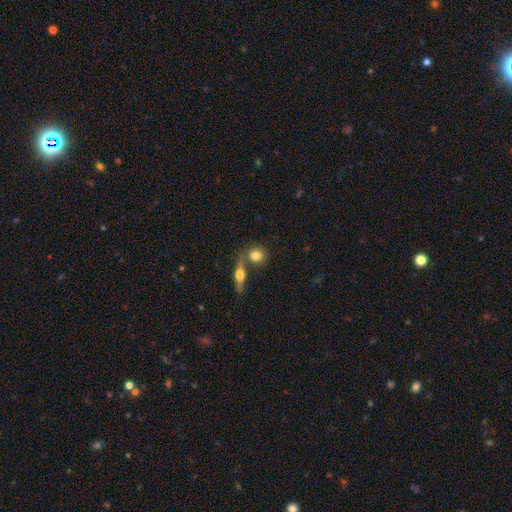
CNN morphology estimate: The model was most divided on "merging": none: 61%, merger: 26%, minor disturbance: 9%, major disturbance: 4%. More confident: how rounded — round (77%); smooth or featured — smooth (77%).